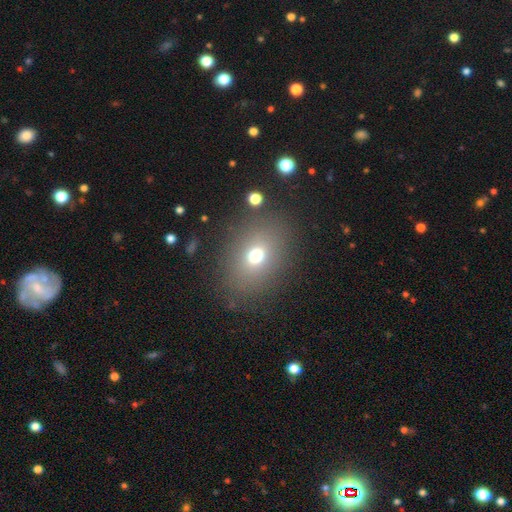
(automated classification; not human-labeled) smooth_or_featured: smooth (p=0.68) [alt: star or artifact p=0.19]
how_rounded: in between (p=0.53) [alt: round p=0.45]
merging: none (p=0.82) [alt: minor disturbance p=0.09]